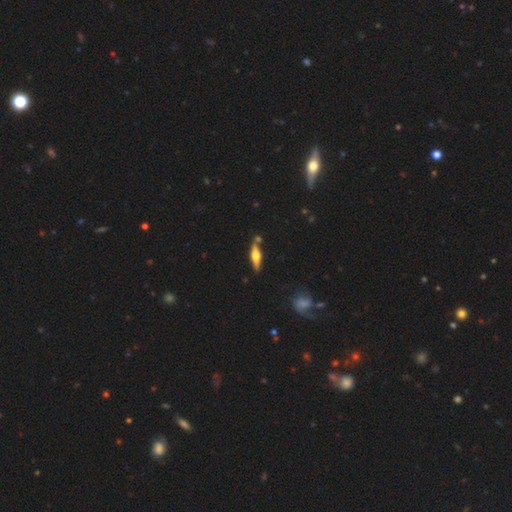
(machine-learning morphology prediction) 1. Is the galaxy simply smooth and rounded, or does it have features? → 60% featured or disk, 34% smooth, 6% star or artifact.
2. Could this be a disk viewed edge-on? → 94% yes, 6% no.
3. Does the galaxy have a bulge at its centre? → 92% rounded, 6% boxy, 2% none.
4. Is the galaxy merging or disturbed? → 81% none, 11% minor disturbance, 6% merger, 2% major disturbance.